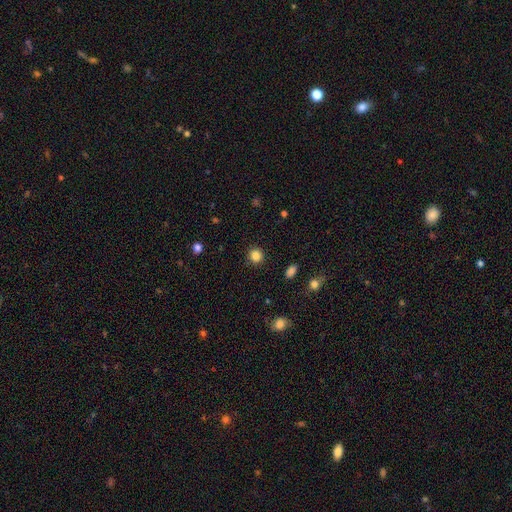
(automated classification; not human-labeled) Morphology: type=smooth (85%); roundness=round (91%); merging=none (91%).